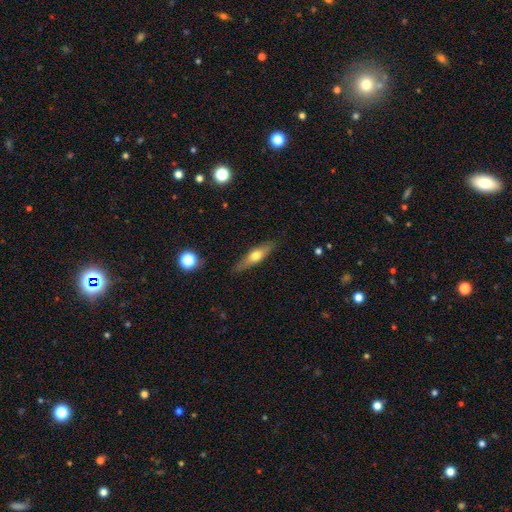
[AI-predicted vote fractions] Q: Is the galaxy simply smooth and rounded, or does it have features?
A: smooth — 49%.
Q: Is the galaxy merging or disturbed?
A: none — 85%.